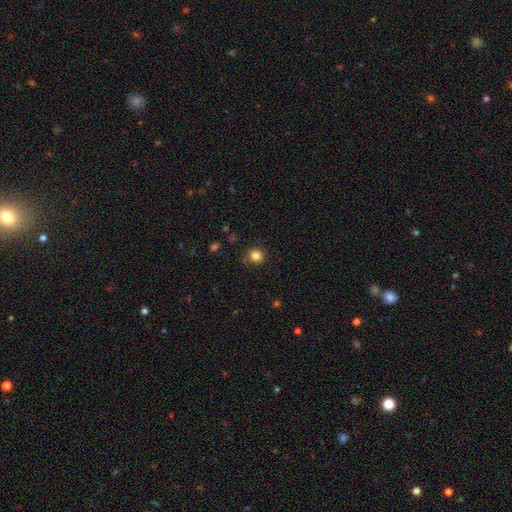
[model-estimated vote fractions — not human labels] smooth-or-featured: smooth: 84% | star or artifact: 11% | featured or disk: 5%
  how-rounded: round: 87% | in between: 12% | cigar-shaped: 1%
  merging: none: 85% | minor disturbance: 11% | major disturbance: 3% | merger: 1%